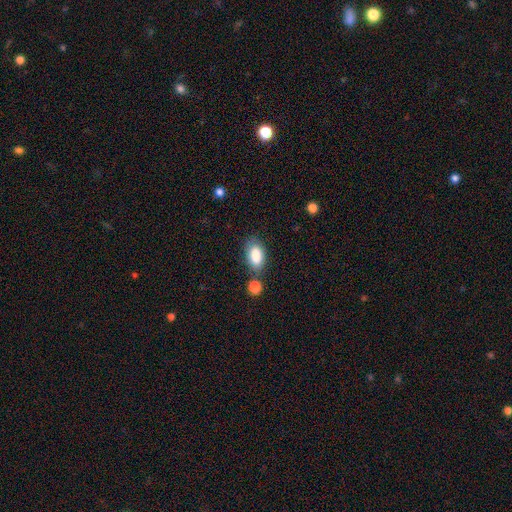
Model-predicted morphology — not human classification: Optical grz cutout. It shows a smooth galaxy with no disk features (85%) that is in between round and cigar-shaped (92%). Merging: none (65%).